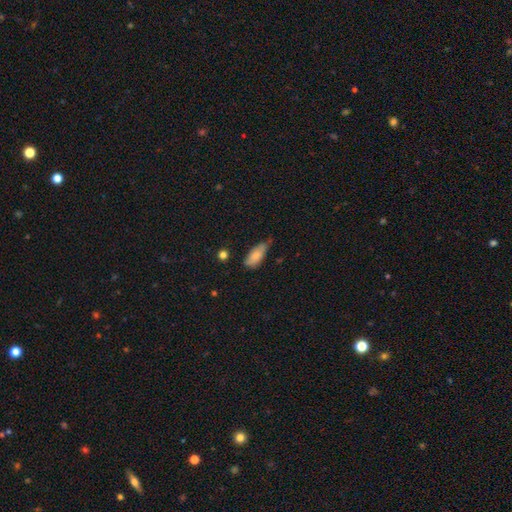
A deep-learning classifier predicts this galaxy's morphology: Smooth or featured?
  - smooth: 80% *
  - featured or disk: 13%
  - star or artifact: 7%
How rounded?
  - in between: 80% *
  - cigar-shaped: 17%
  - round: 3%
Merging?
  - minor disturbance: 45% *
  - none: 42%
  - major disturbance: 9%
  - merger: 4%